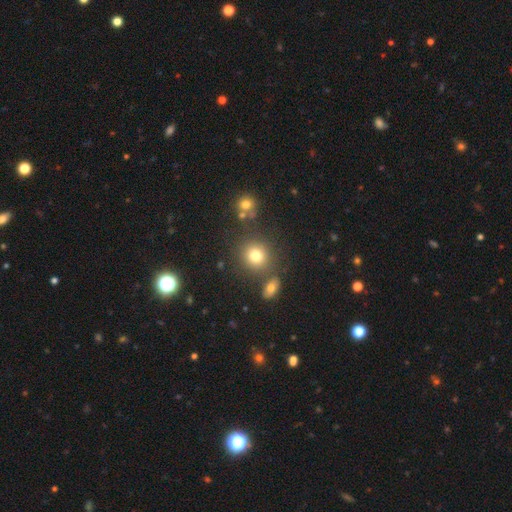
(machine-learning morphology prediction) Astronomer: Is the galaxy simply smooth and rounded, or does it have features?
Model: smooth — 78%.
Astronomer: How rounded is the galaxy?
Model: round — 86%.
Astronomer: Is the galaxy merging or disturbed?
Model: none — 77%.